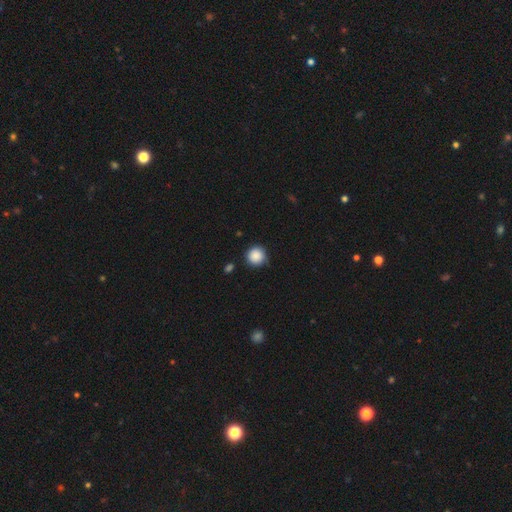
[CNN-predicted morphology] smooth_or_featured: smooth (p=0.88) [alt: star or artifact p=0.09]
how_rounded: round (p=0.95) [alt: in between p=0.04]
merging: none (p=0.83) [alt: minor disturbance p=0.12]